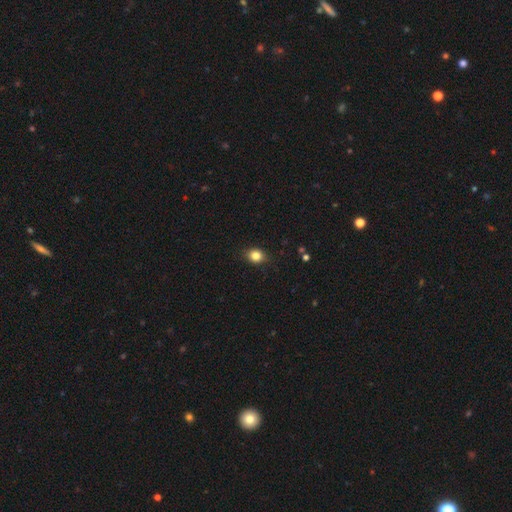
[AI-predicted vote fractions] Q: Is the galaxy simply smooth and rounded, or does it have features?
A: smooth — 83%.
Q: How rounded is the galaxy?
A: round — 58%.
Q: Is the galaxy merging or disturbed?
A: none — 85%.